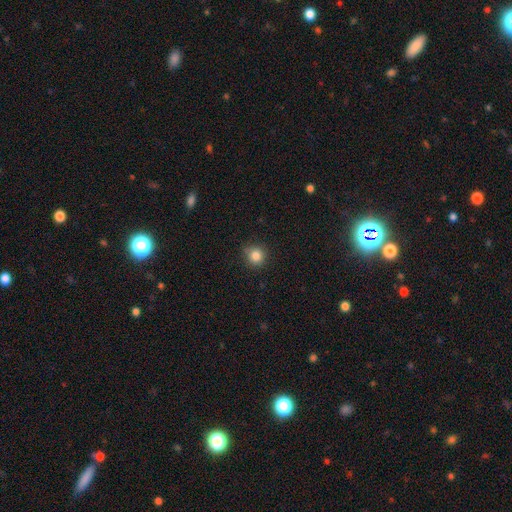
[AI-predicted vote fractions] This is clearly a smooth galaxy (84%). How rounded: clearly round (92%). Merging: clearly none (84%).